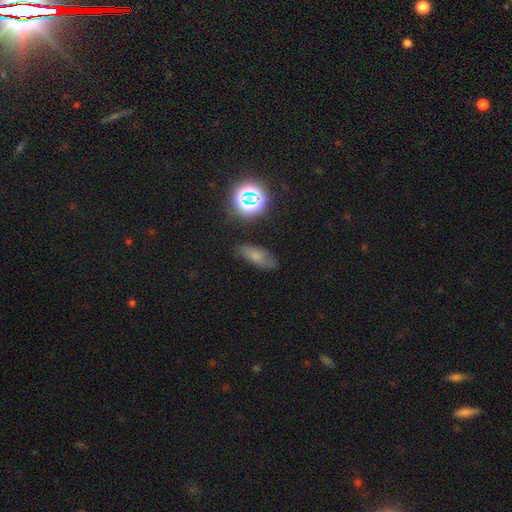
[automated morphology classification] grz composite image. It shows a smooth galaxy with no disk features (62%) that is in between round and cigar-shaped (77%). Merging: none (67%).